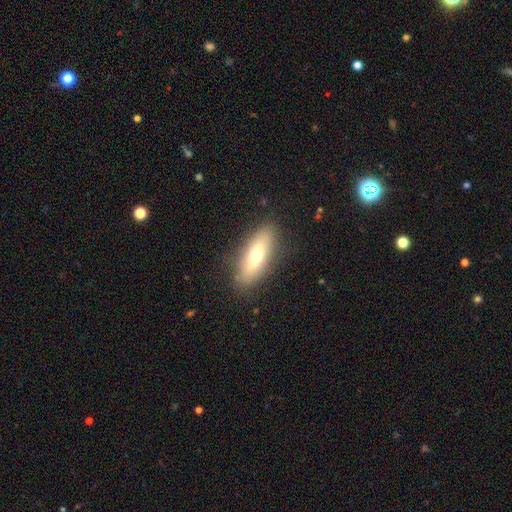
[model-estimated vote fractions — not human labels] smooth-or-featured: smooth: 62% | featured or disk: 31% | star or artifact: 7%
  how-rounded: in between: 59% | cigar-shaped: 38% | round: 3%
  merging: none: 87% | minor disturbance: 10% | major disturbance: 3% | merger: 1%